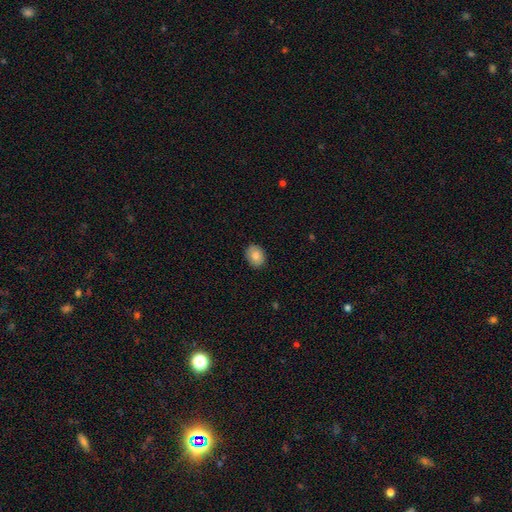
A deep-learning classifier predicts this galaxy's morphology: smooth 84%, featured or disk 8%, star or artifact 8%. Down the decision tree: how rounded — in between (59%); merging — none (88%).